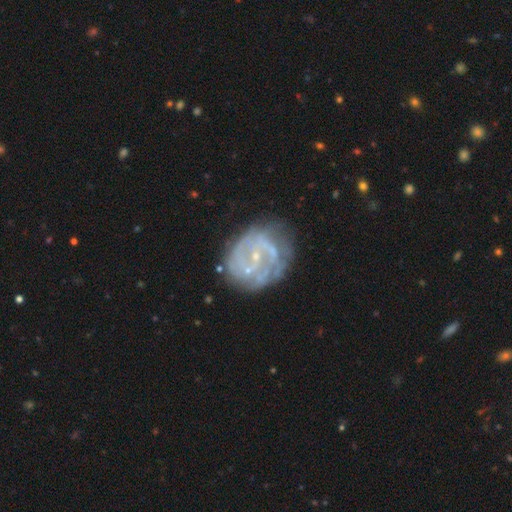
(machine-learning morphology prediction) This is likely a featured or disk galaxy (77%). It is clearly not viewed edge-on (98%). Bar: possibly no (52%). Spiral arm pattern: likely yes (71%). Spiral arm count: marginally can't tell (41%). Spiral winding: possibly tight (51%). Central bulge: likely small (79%). Merging: likely none (61%).